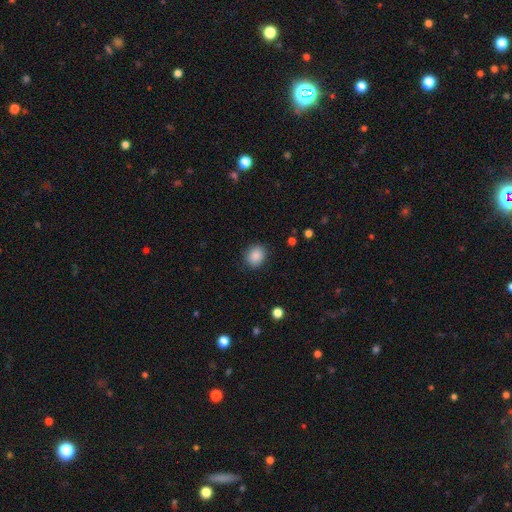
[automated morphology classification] Smooth or featured?
  - smooth: 87% *
  - star or artifact: 9%
  - featured or disk: 4%
How rounded?
  - round: 69% *
  - in between: 30%
  - cigar-shaped: 1%
Merging?
  - none: 86% *
  - minor disturbance: 10%
  - major disturbance: 3%
  - merger: 1%